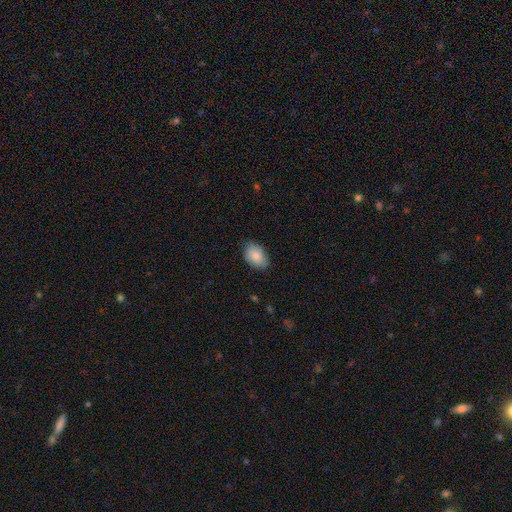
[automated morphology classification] smooth_or_featured: smooth (p=0.86) [alt: featured or disk p=0.08]
how_rounded: in between (p=0.88) [alt: round p=0.11]
merging: none (p=0.76) [alt: minor disturbance p=0.20]